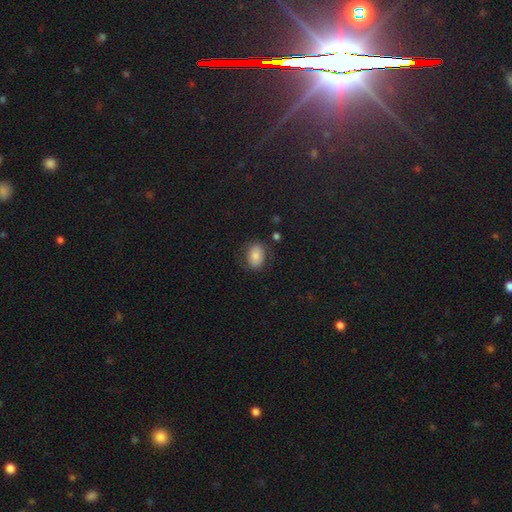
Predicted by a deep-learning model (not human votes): Q: Smooth or featured?
A: smooth (75%); runner-up: featured or disk (15%)
Q: How rounded?
A: in between (70%); runner-up: round (28%)
Q: Merging?
A: none (72%); runner-up: minor disturbance (18%)